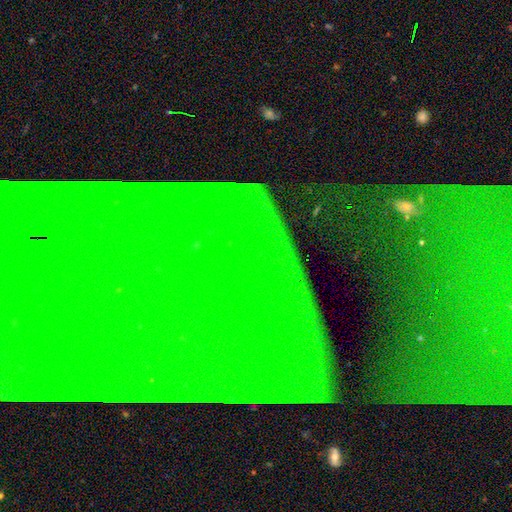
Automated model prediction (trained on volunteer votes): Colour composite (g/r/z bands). It shows a star or artifact, not a galaxy (84%).